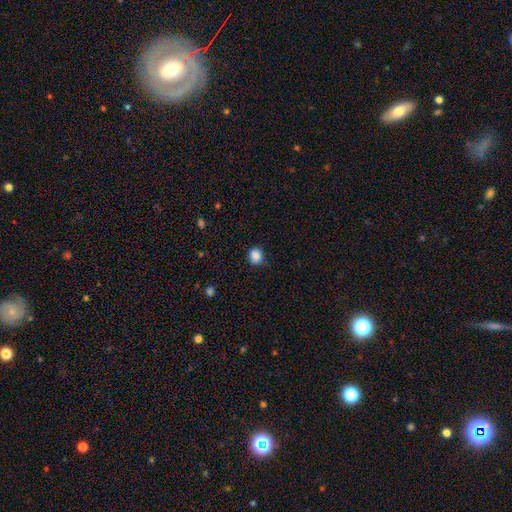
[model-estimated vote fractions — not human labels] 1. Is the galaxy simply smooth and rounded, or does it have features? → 86% smooth, 10% star or artifact, 3% featured or disk.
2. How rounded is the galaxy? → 71% round, 28% in between, 1% cigar-shaped.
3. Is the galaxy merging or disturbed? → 77% none, 18% minor disturbance, 4% major disturbance, 1% merger.